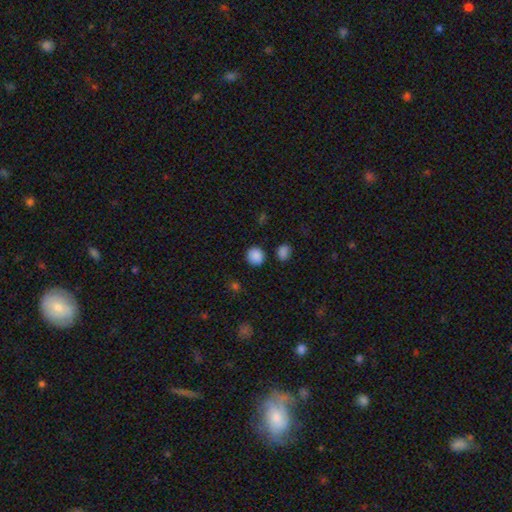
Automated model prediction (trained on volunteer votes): Smooth or featured?
  - smooth: 87% *
  - star or artifact: 10%
  - featured or disk: 3%
How rounded?
  - round: 87% *
  - in between: 12%
  - cigar-shaped: 1%
Merging?
  - none: 86% *
  - minor disturbance: 8%
  - merger: 3%
  - major disturbance: 3%